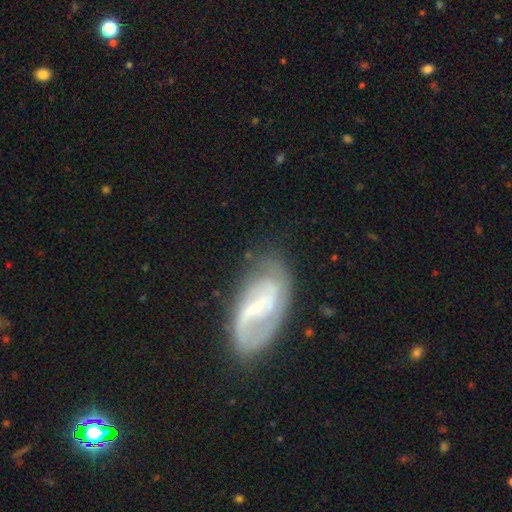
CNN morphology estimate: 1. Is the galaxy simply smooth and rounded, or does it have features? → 73% featured or disk, 19% smooth, 7% star or artifact.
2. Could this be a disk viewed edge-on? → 94% no, 6% yes.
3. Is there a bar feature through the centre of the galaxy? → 45% weak, 36% strong, 19% no.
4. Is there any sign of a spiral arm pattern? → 85% yes, 15% no.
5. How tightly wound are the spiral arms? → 40% medium, 33% loose, 27% tight.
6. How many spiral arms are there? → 61% 2, 20% 1, 15% can't tell, 2% 3, 1% 4, 1% more than 4.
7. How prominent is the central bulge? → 50% small, 23% moderate, 22% none, 4% large, 1% dominant.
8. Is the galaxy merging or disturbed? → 64% none, 22% minor disturbance, 11% major disturbance, 3% merger.